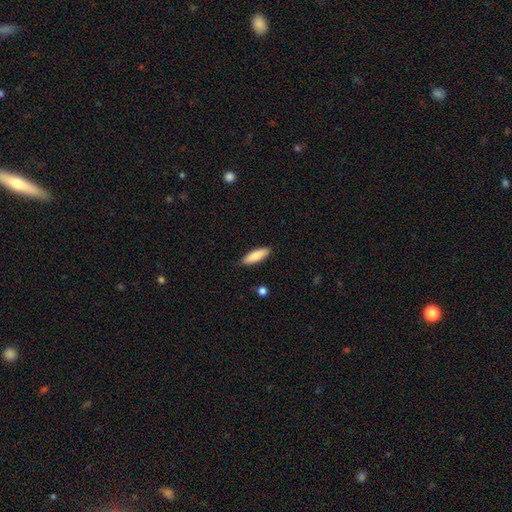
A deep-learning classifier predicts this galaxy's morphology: smooth 83%, featured or disk 11%, star or artifact 6%. Down the decision tree: how rounded — cigar-shaped (51%); merging — none (87%).